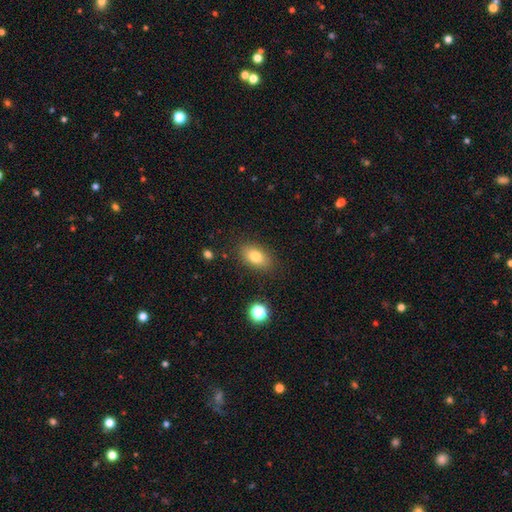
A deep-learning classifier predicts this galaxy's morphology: The model was most divided on "smooth or featured": smooth: 78%, featured or disk: 11%, star or artifact: 10%. More confident: how rounded — in between (87%); merging — none (86%).